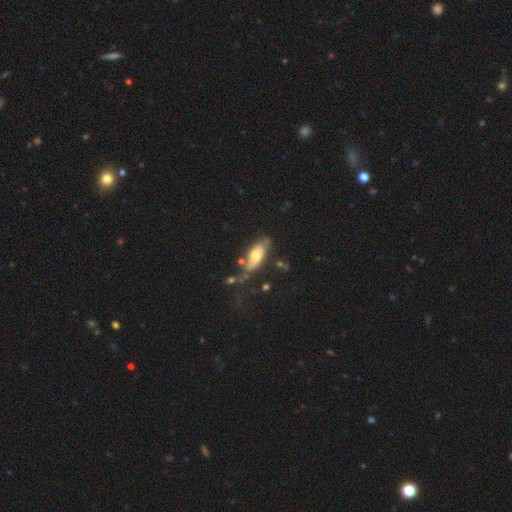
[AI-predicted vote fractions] Smooth or featured? smooth (52%)
How rounded? in between (76%)
Merging? none (43%)